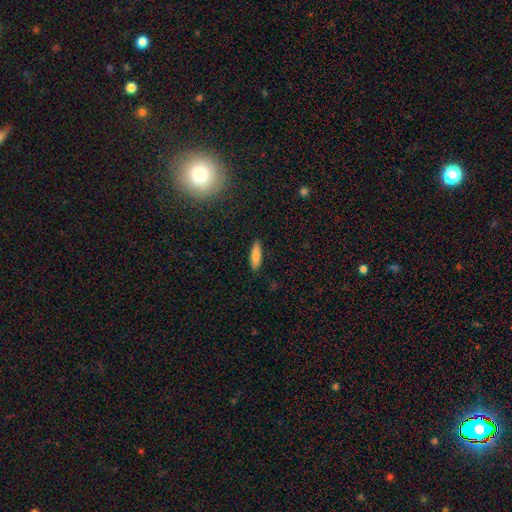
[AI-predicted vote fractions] This is clearly a smooth galaxy (81%). How rounded: possibly cigar-shaped (57%). Merging: clearly none (89%).